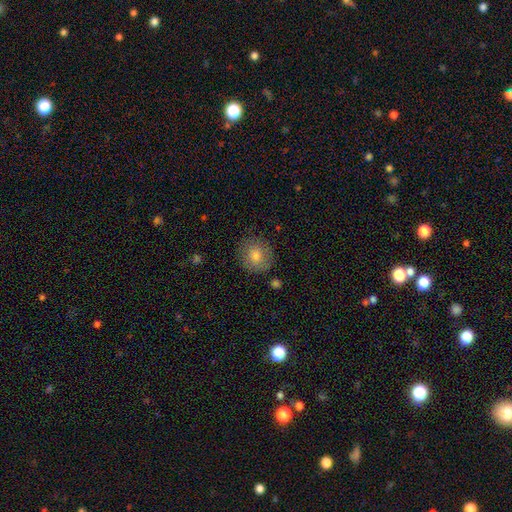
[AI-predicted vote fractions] A smooth galaxy with no disk features (75%) that is round (87%).

Vote fractions:
- Smooth or featured? smooth: 75% / featured or disk: 15% / star or artifact: 10%
- How rounded? round: 87% / in between: 12% / cigar-shaped: 1%
- Merging? none: 84% / minor disturbance: 11% / major disturbance: 3% / merger: 2%